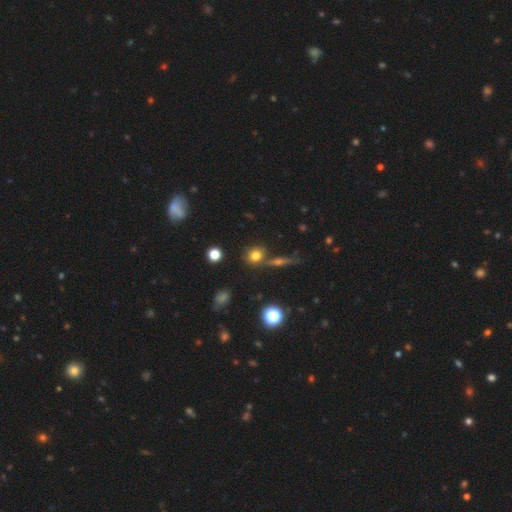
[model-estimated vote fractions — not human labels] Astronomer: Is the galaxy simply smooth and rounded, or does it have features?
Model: smooth — 74%.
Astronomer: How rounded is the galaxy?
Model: round — 73%.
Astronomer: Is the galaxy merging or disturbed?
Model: none — 66%.